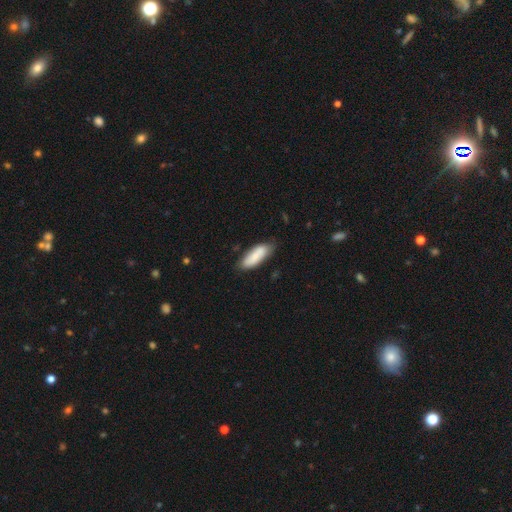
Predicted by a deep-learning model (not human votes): Q: Smooth or featured?
A: smooth (81%); runner-up: featured or disk (13%)
Q: How rounded?
A: in between (68%); runner-up: cigar-shaped (30%)
Q: Merging?
A: none (73%); runner-up: minor disturbance (21%)